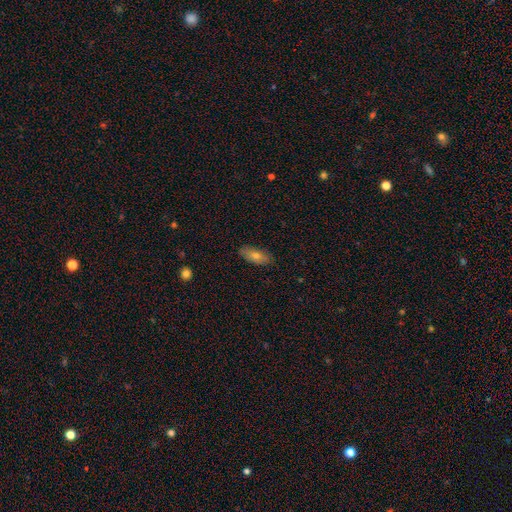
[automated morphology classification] Smooth or featured? smooth (66%)
How rounded? in between (78%)
Merging? none (85%)